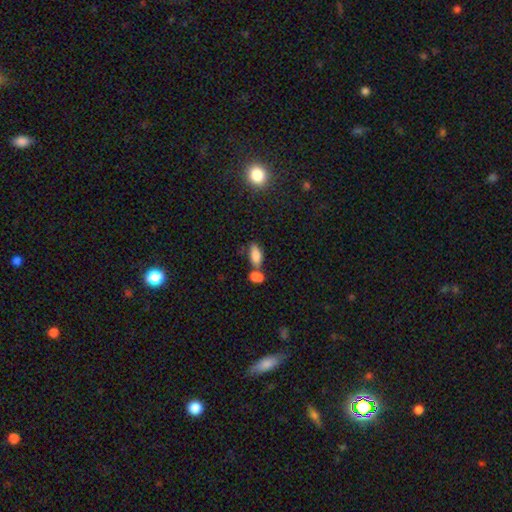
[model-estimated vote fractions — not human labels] Morphology: type=smooth (81%); roundness=in between (86%); merging=merger (48%).